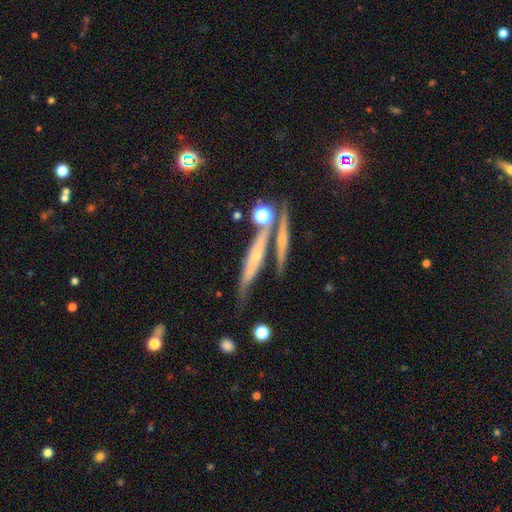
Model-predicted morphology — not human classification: smooth_or_featured: featured or disk (p=0.63) [alt: smooth p=0.26]
disk_edge_on: yes (p=0.88) [alt: no p=0.12]
edge_on_bulge: rounded (p=0.46) [alt: none p=0.45]
merging: none (p=0.61) [alt: merger p=0.19]